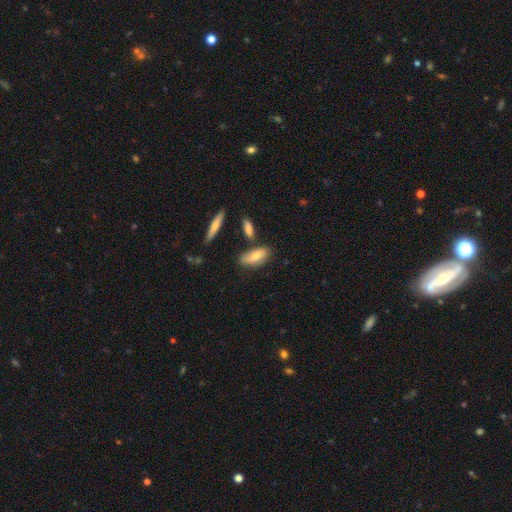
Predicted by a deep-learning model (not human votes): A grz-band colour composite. It shows a smooth galaxy with no disk features (65%) that is in between round and cigar-shaped (79%). Merging: none (69%).